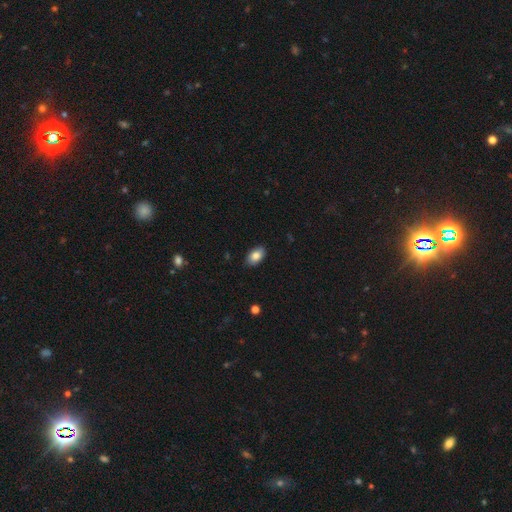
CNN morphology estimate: type=smooth (83%); roundness=in between (92%); merging=none (87%).